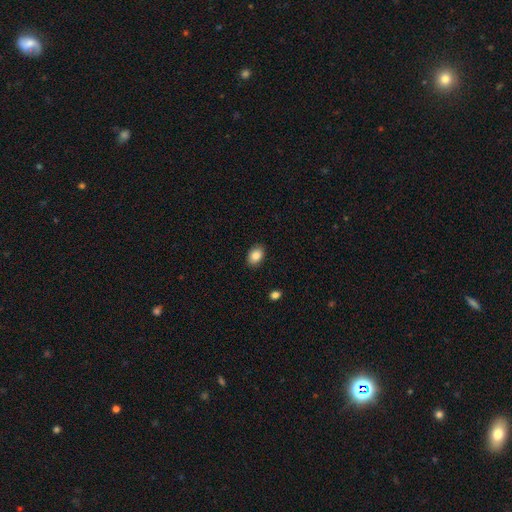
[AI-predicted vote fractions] Q: Smooth or featured?
A: smooth (86%); runner-up: star or artifact (8%)
Q: How rounded?
A: in between (82%); runner-up: round (17%)
Q: Merging?
A: none (88%); runner-up: minor disturbance (8%)